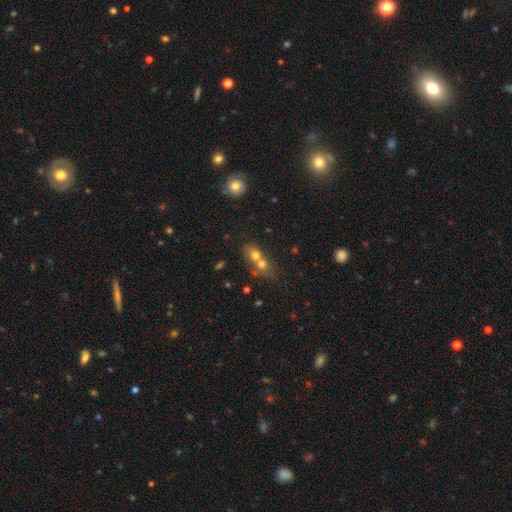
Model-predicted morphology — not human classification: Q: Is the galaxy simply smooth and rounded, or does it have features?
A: smooth — 66%.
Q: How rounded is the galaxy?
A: round — 52%.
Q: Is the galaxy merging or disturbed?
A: merger — 69%.